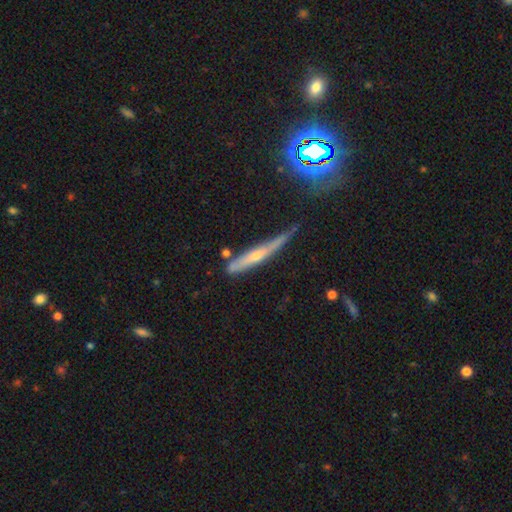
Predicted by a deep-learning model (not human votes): Smooth or featured: featured or disk — 55% (smooth — 36%)
Edge-on disk: yes — 92% (no — 8%)
Edge-on bulge: rounded — 66% (none — 29%)
Merging: none — 60% (minor disturbance — 27%)